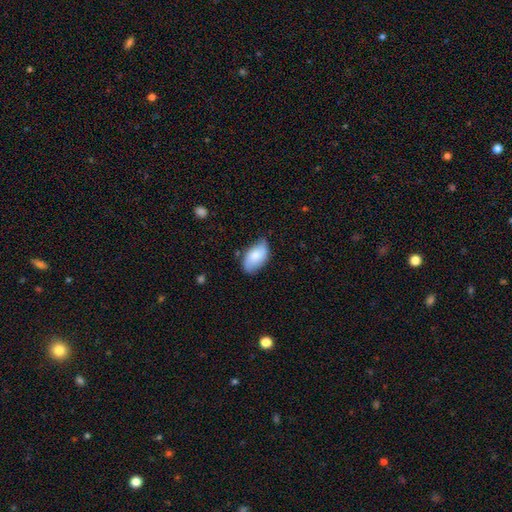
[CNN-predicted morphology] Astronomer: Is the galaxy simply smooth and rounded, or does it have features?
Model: smooth — 76%.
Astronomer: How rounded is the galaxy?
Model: in between — 94%.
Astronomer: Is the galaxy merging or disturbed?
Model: none — 68%.